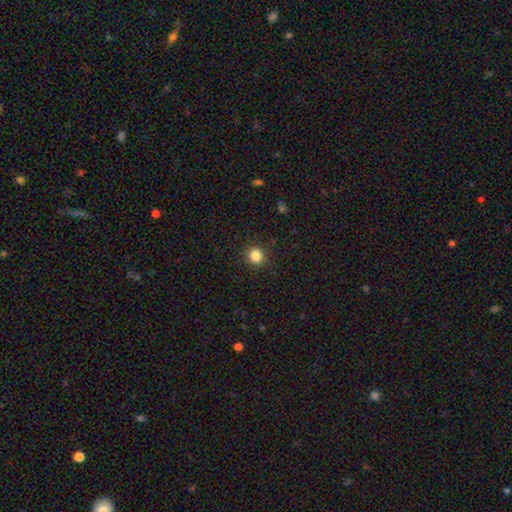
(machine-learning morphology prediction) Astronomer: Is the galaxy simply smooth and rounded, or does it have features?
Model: smooth — 84%.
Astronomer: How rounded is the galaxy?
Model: round — 90%.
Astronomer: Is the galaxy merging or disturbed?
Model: none — 92%.